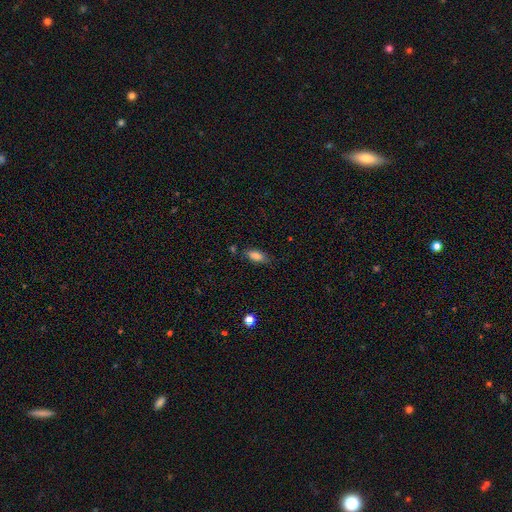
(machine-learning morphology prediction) This is clearly a smooth galaxy (83%). How rounded: clearly in between (82%). Merging: likely none (74%).